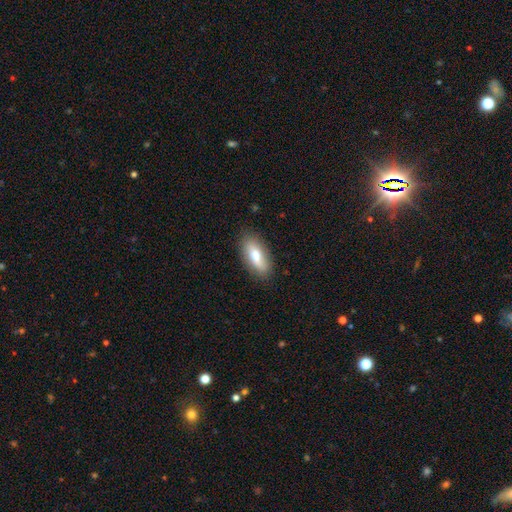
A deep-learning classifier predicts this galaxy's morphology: type=smooth (68%); roundness=in between (84%); merging=none (85%).